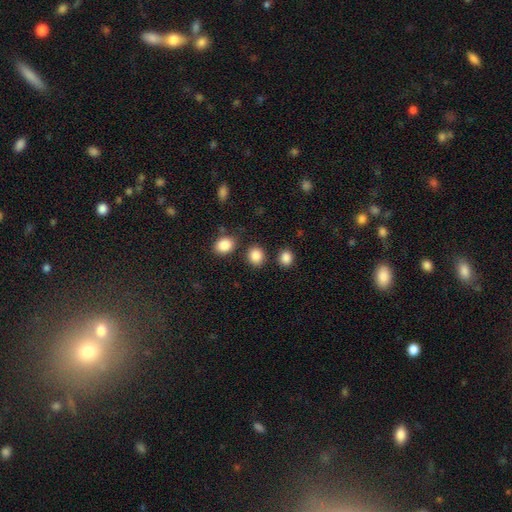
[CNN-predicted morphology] type=smooth (87%); roundness=round (68%); merging=none (82%).